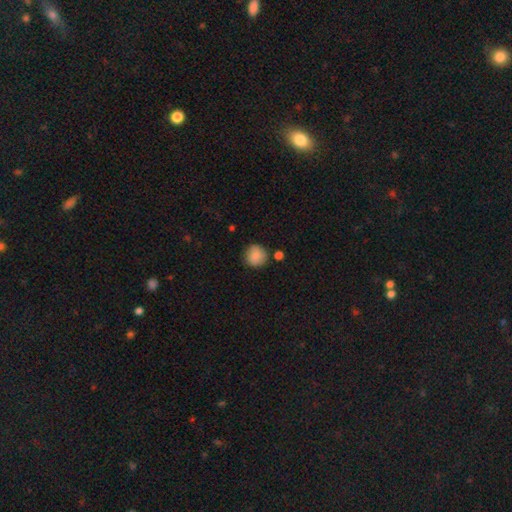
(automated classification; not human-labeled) Smooth or featured? smooth (80%)
How rounded? round (90%)
Merging? none (76%)